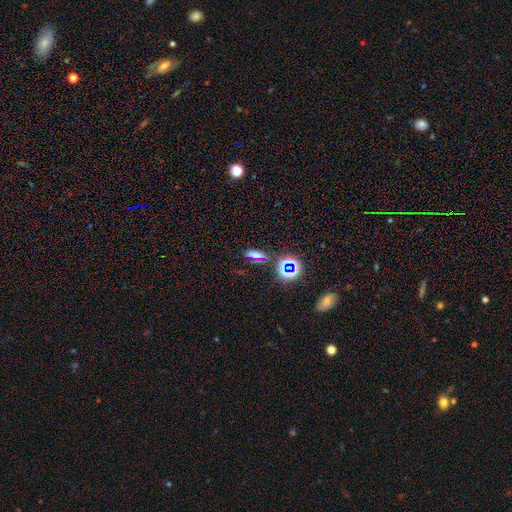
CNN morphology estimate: A smooth galaxy with no disk features (51%) that is in between round and cigar-shaped (45%).

Vote fractions:
- Smooth or featured? smooth: 51% / star or artifact: 37% / featured or disk: 12%
- How rounded? in between: 45% / cigar-shaped: 43% / round: 12%
- Merging? none: 80% / minor disturbance: 11% / merger: 5% / major disturbance: 4%